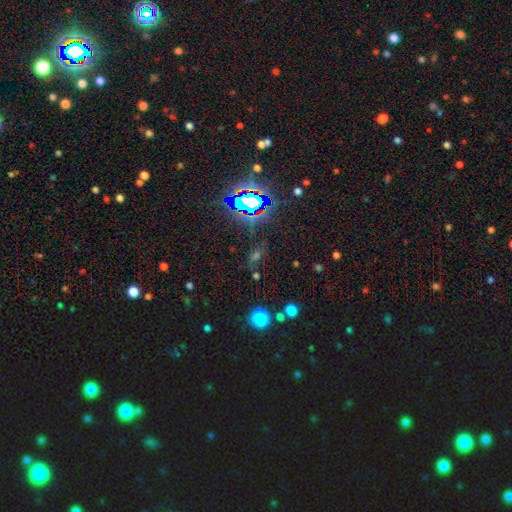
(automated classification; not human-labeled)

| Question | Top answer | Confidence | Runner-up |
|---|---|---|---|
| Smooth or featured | star or artifact | 67% | smooth (22%) |